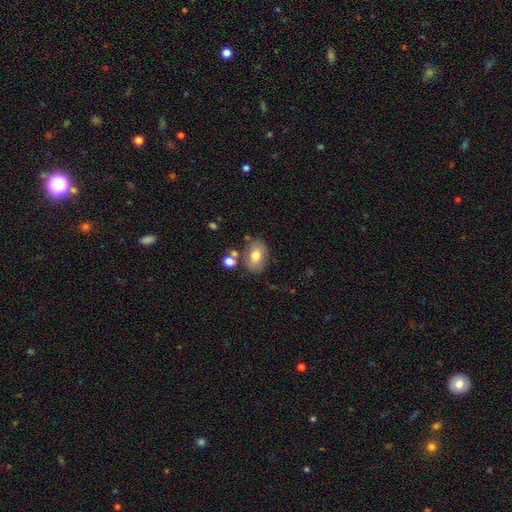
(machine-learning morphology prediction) smooth_or_featured: smooth (p=0.72) [alt: featured or disk p=0.19]
how_rounded: in between (p=0.75) [alt: round p=0.23]
merging: none (p=0.70) [alt: minor disturbance p=0.15]